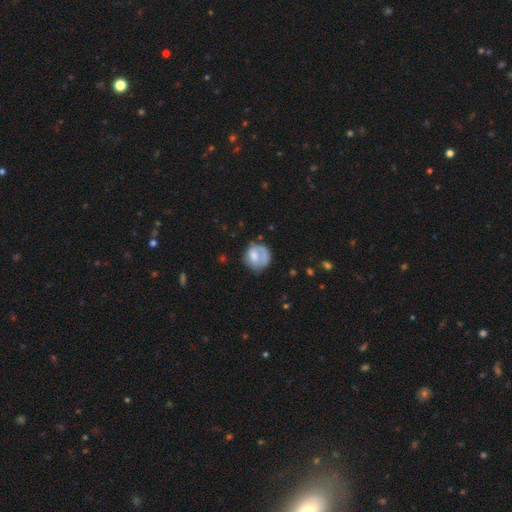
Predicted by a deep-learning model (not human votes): Smooth or featured? smooth (60%)
How rounded? round (79%)
Merging? none (51%)